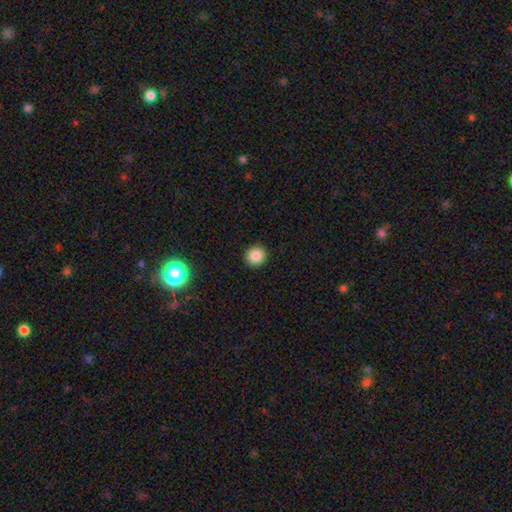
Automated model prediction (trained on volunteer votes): This appears to be a smooth galaxy with no disk features (85%) that is round (94%). Merging: none (93%).